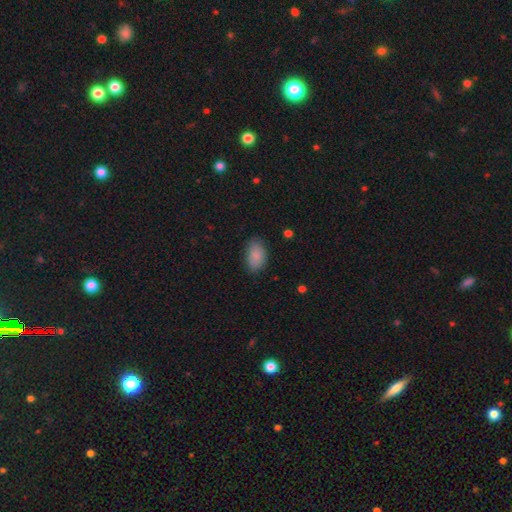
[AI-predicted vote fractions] smooth_or_featured: smooth (p=0.88) [alt: star or artifact p=0.07]
how_rounded: in between (p=0.91) [alt: round p=0.07]
merging: none (p=0.81) [alt: minor disturbance p=0.15]